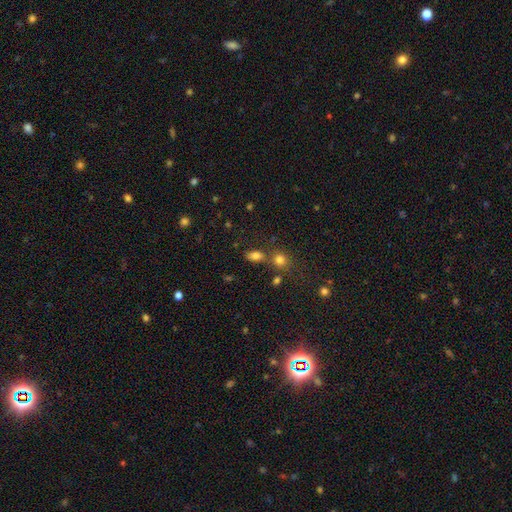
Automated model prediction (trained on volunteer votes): This is likely a smooth galaxy (78%). How rounded: clearly in between (80%). Merging: likely none (63%).